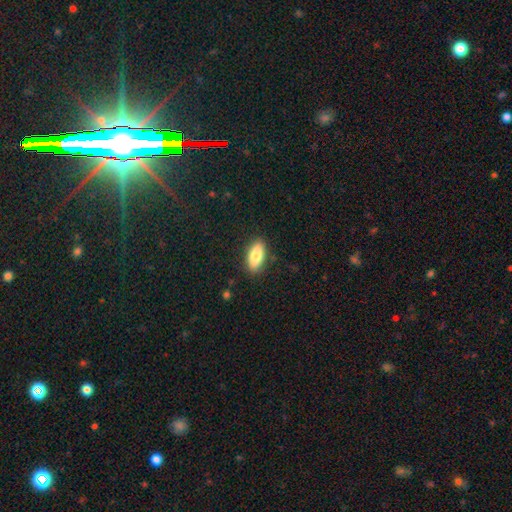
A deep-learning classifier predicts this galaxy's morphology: Q: Smooth or featured?
A: smooth (83%); runner-up: featured or disk (10%)
Q: How rounded?
A: in between (84%); runner-up: cigar-shaped (14%)
Q: Merging?
A: none (87%); runner-up: minor disturbance (10%)